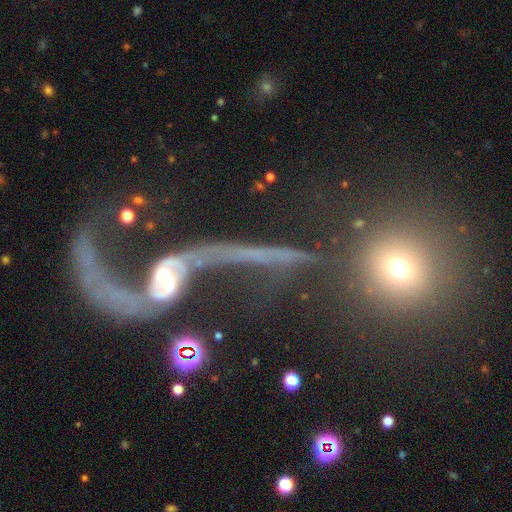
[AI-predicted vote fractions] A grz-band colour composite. It shows a featured or disk galaxy (48%). Merging: none (37%).